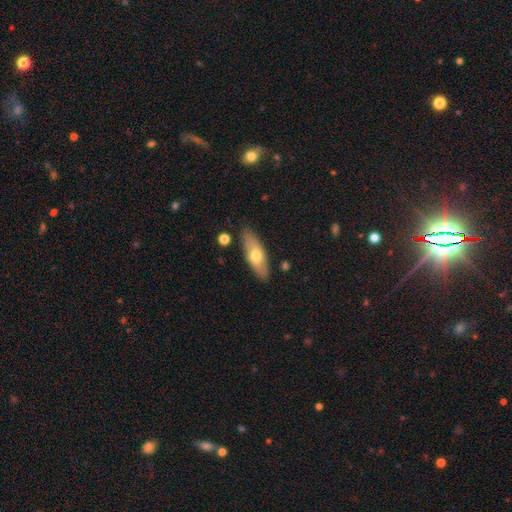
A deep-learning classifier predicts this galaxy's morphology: Smooth or featured? smooth (60%)
How rounded? in between (67%)
Merging? none (83%)